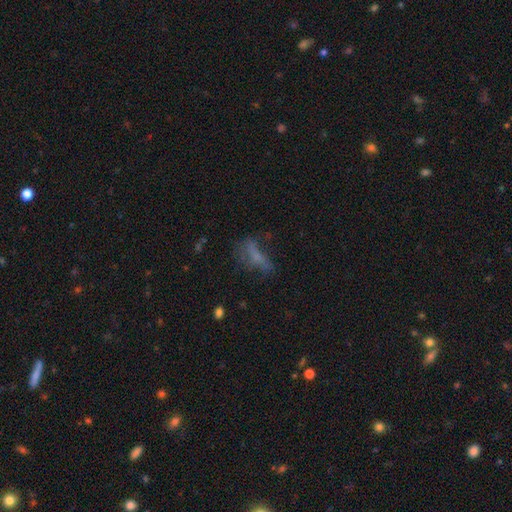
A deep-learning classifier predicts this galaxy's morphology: smooth_or_featured: smooth (p=0.50) [alt: featured or disk p=0.32]
merging: none (p=0.38) [alt: major disturbance p=0.33]